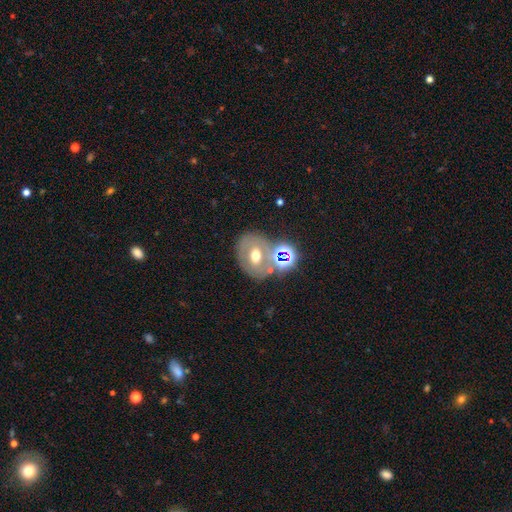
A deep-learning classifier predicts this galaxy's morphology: smooth_or_featured: smooth (p=0.42) [alt: featured or disk p=0.39]
merging: none (p=0.62) [alt: merger p=0.18]